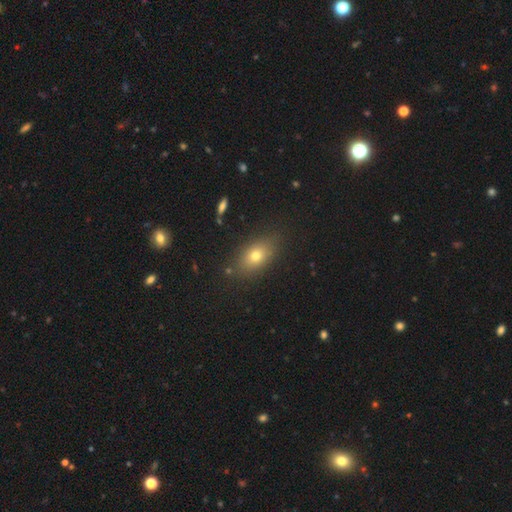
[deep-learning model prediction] This is likely a smooth galaxy (71%). How rounded: likely in between (79%). Merging: clearly none (84%).